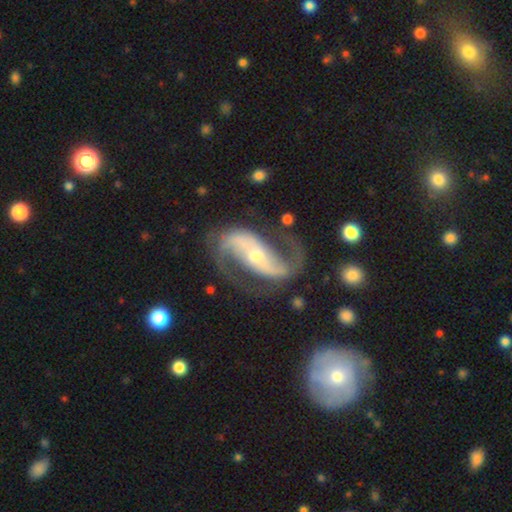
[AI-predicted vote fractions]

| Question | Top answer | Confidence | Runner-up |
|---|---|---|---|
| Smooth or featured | featured or disk | 92% | star or artifact (4%) |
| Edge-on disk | no | 97% | yes (3%) |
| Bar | strong | 48% | weak (28%) |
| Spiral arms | yes | 98% | no (2%) |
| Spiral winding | loose | 47% | medium (42%) |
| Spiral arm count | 2 | 94% | 1 (2%) |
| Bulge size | small | 50% | moderate (45%) |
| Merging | none | 74% | minor disturbance (14%) |